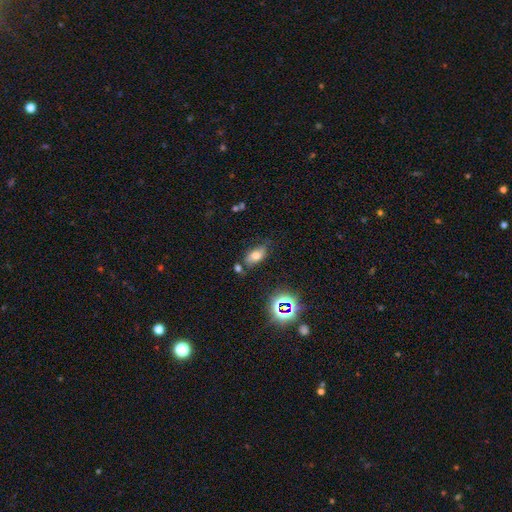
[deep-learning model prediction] A smooth galaxy with no disk features (63%) that is in between round and cigar-shaped (85%).

Vote fractions:
- Smooth or featured? smooth: 63% / star or artifact: 19% / featured or disk: 19%
- How rounded? in between: 85% / cigar-shaped: 8% / round: 7%
- Merging? none: 65% / minor disturbance: 20% / merger: 8% / major disturbance: 6%